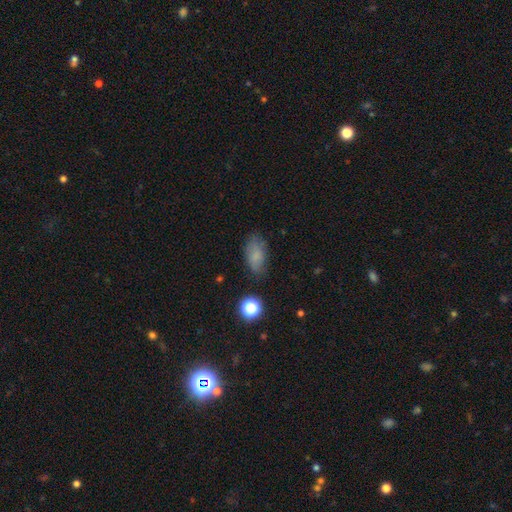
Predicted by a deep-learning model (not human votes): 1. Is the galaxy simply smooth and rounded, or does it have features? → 74% smooth, 14% featured or disk, 12% star or artifact.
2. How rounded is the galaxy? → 89% in between, 8% round, 4% cigar-shaped.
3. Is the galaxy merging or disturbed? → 71% none, 21% minor disturbance, 6% major disturbance, 2% merger.